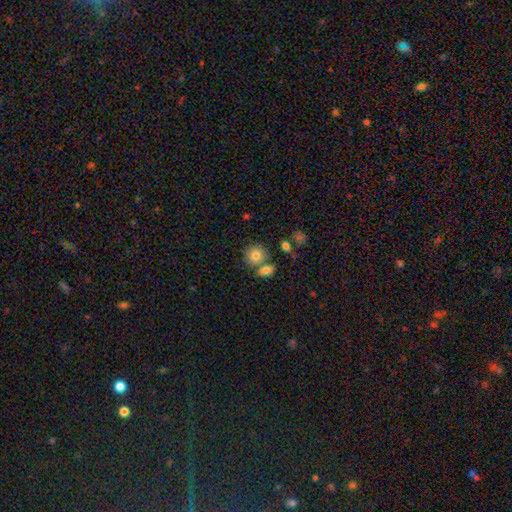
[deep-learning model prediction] This is likely a smooth galaxy (80%). How rounded: likely round (80%). Merging: possibly none (56%).